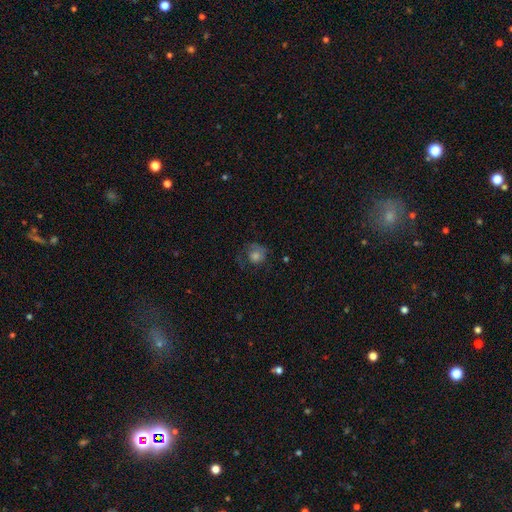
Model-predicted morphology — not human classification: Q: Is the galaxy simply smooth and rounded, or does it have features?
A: smooth — 56%.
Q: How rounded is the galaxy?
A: round — 78%.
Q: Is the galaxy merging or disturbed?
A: none — 50%.